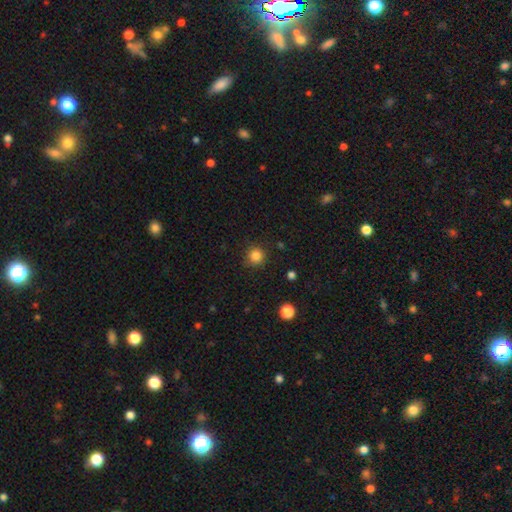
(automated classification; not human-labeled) smooth 84%, star or artifact 12%, featured or disk 4%. Down the decision tree: how rounded — round (93%); merging — none (87%).